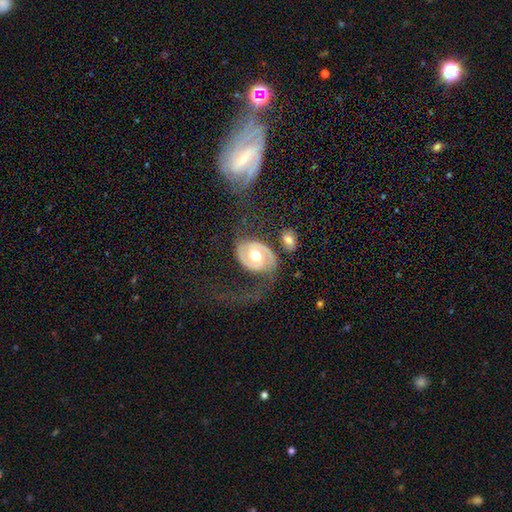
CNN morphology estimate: Smooth or featured: featured or disk — 79% (smooth — 16%)
Edge-on disk: no — 97% (yes — 3%)
Bar: no — 64% (weak — 26%)
Spiral arms: yes — 85% (no — 15%)
Spiral winding: medium — 39% (loose — 31%)
Spiral arm count: 2 — 82% (1 — 10%)
Bulge size: moderate — 72% (large — 21%)
Merging: none — 44% (major disturbance — 31%)